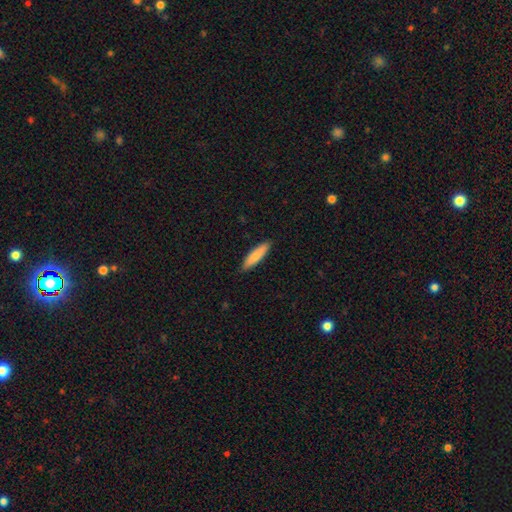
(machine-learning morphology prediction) type=smooth (81%); roundness=cigar-shaped (71%); merging=none (88%).